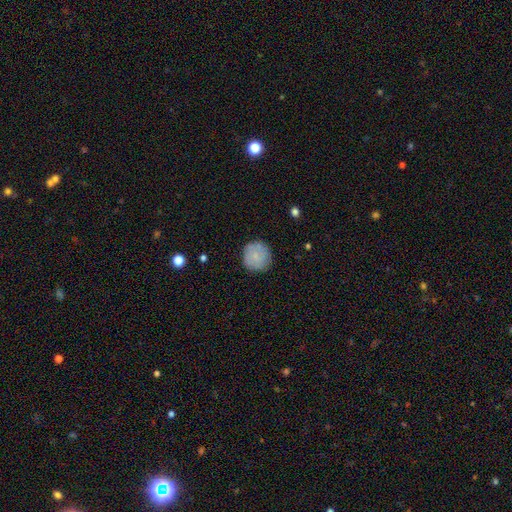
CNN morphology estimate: Smooth or featured? Predicted: smooth (p=0.72). How rounded? Predicted: round (p=0.94). Merging? Predicted: none (p=0.83).